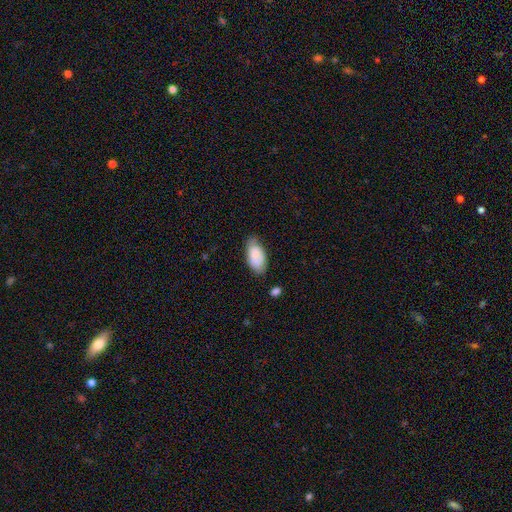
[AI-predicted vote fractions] smooth-or-featured: smooth: 82% | featured or disk: 11% | star or artifact: 7%
  how-rounded: in between: 93% | cigar-shaped: 4% | round: 3%
  merging: none: 61% | minor disturbance: 30% | major disturbance: 6% | merger: 3%